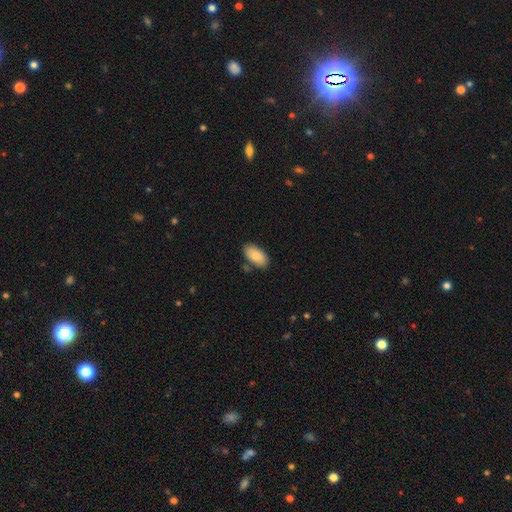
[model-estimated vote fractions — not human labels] This appears to be a smooth galaxy with no disk features (86%) that is in between round and cigar-shaped (95%). Merging: none (79%).